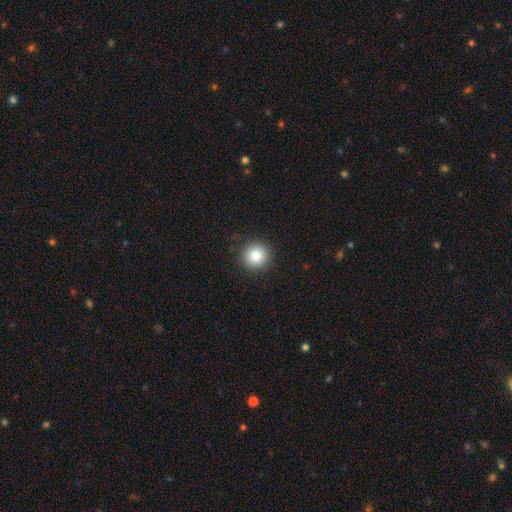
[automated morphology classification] Q: Smooth or featured?
A: smooth (83%); runner-up: star or artifact (10%)
Q: How rounded?
A: round (95%); runner-up: in between (5%)
Q: Merging?
A: none (91%); runner-up: minor disturbance (6%)